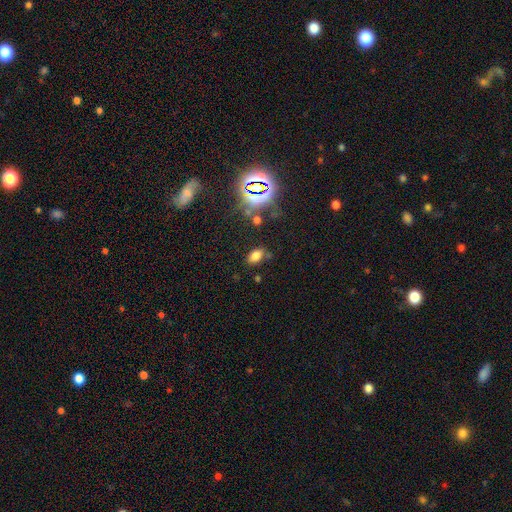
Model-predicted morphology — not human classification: Smooth or featured?
  - smooth: 69% *
  - star or artifact: 23%
  - featured or disk: 9%
How rounded?
  - in between: 88% *
  - round: 10%
  - cigar-shaped: 2%
Merging?
  - none: 77% *
  - minor disturbance: 13%
  - merger: 6%
  - major disturbance: 5%